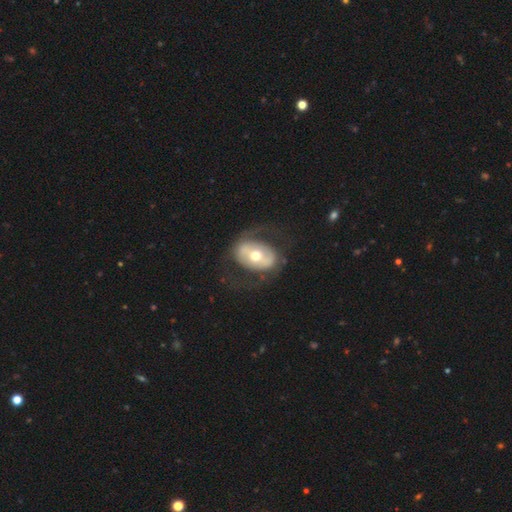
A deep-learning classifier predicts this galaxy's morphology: smooth_or_featured: featured or disk (p=0.61) [alt: smooth p=0.33]
disk_edge_on: no (p=0.93) [alt: yes p=0.07]
bar: no (p=0.48) [alt: strong p=0.27]
has_spiral_arms: no (p=0.57) [alt: yes p=0.43]
bulge_size: moderate (p=0.70) [alt: small p=0.19]
merging: none (p=0.67) [alt: major disturbance p=0.17]